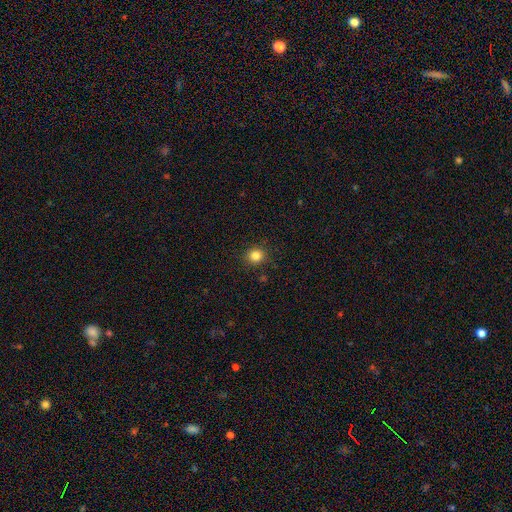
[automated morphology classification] Overall: smooth (83%). How rounded: round (88%). Merging: none (90%).